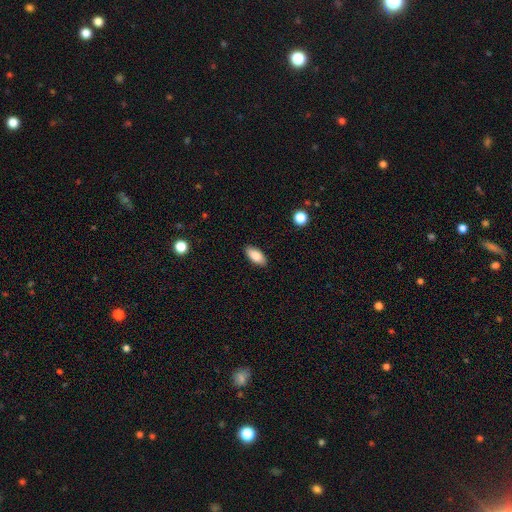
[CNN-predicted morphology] A smooth galaxy with no disk features (86%) that is in between round and cigar-shaped (90%).

Vote fractions:
- Smooth or featured? smooth: 86% / featured or disk: 7% / star or artifact: 7%
- How rounded? in between: 90% / cigar-shaped: 7% / round: 3%
- Merging? none: 88% / minor disturbance: 9% / major disturbance: 2% / merger: 1%